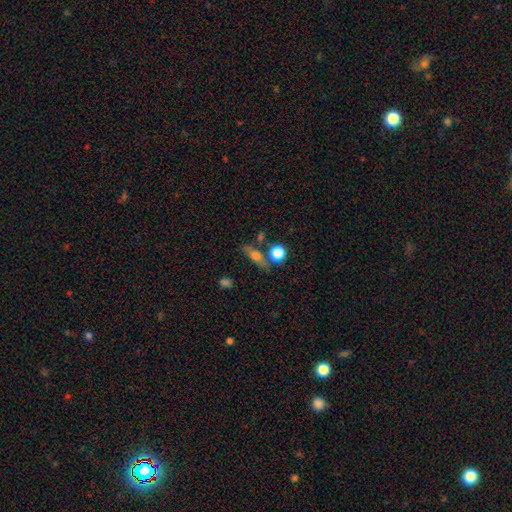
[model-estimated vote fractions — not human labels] smooth-or-featured: smooth: 62% | featured or disk: 26% | star or artifact: 13%
  how-rounded: in between: 46% | cigar-shaped: 32% | round: 22%
  merging: none: 65% | minor disturbance: 15% | merger: 14% | major disturbance: 6%